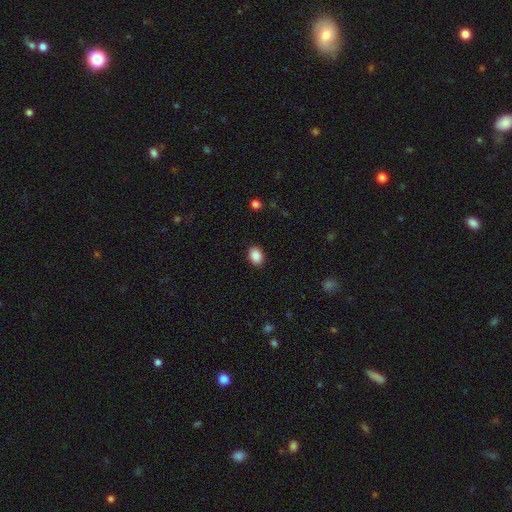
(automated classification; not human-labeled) Smooth or featured? Predicted: smooth (p=0.88). How rounded? Predicted: in between (p=0.76). Merging? Predicted: none (p=0.90).